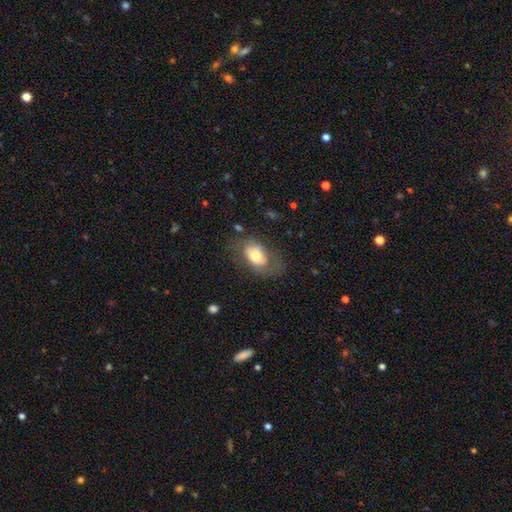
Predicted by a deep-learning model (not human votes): This appears to be a smooth galaxy with no disk features (58%) that is in between round and cigar-shaped (86%). Merging: none (55%).